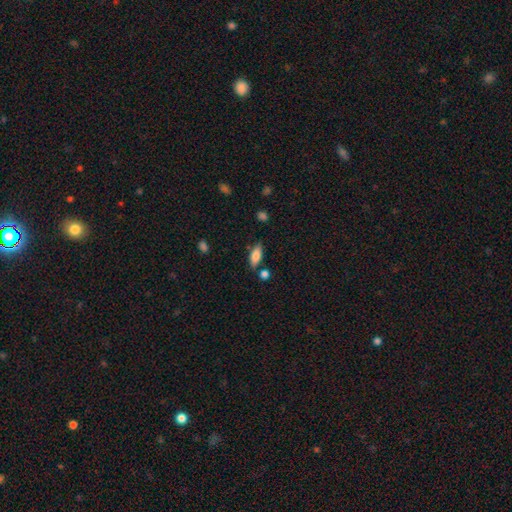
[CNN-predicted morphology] This is likely a smooth galaxy (77%). How rounded: likely in between (75%). Merging: likely none (77%).